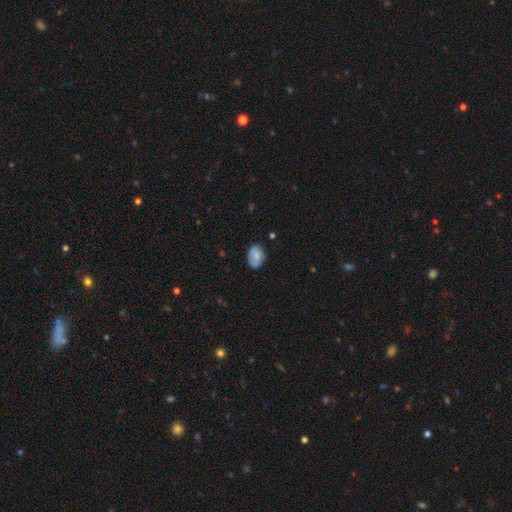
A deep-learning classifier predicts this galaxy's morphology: Smooth or featured: smooth — 72% (featured or disk — 20%)
How rounded: in between — 75% (round — 24%)
Merging: none — 69% (minor disturbance — 24%)